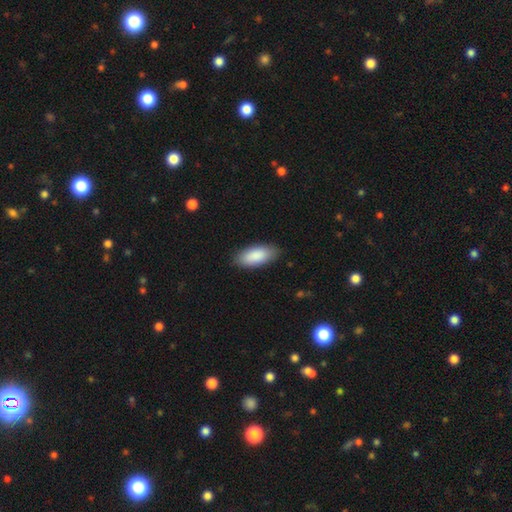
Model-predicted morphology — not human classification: A smooth galaxy with no disk features (88%) that is in between round and cigar-shaped (89%).

Vote fractions:
- Smooth or featured? smooth: 88% / featured or disk: 6% / star or artifact: 5%
- How rounded? in between: 89% / cigar-shaped: 9% / round: 2%
- Merging? none: 86% / minor disturbance: 11% / major disturbance: 2% / merger: 1%